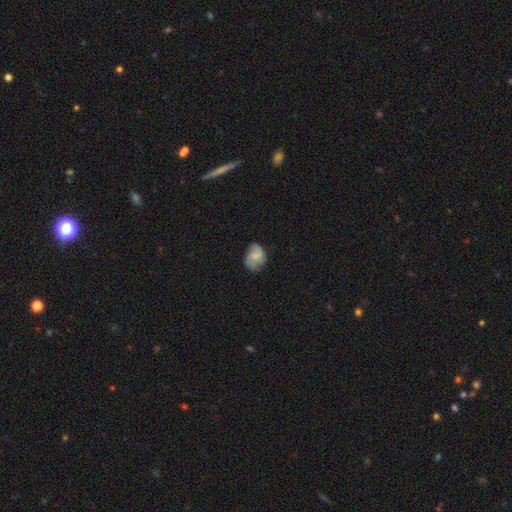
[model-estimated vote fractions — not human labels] Smooth or featured? smooth (52%)
How rounded? in between (57%)
Merging? none (56%)